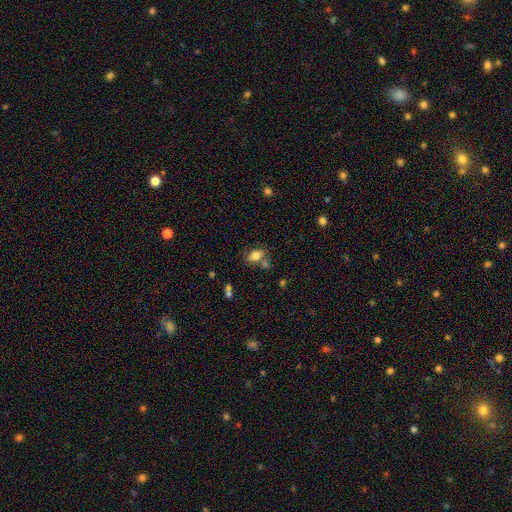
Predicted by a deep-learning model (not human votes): A smooth galaxy with no disk features (80%) that is in between round and cigar-shaped (81%).

Vote fractions:
- Smooth or featured? smooth: 80% / featured or disk: 11% / star or artifact: 10%
- How rounded? in between: 81% / round: 16% / cigar-shaped: 2%
- Merging? none: 57% / merger: 21% / minor disturbance: 17% / major disturbance: 6%